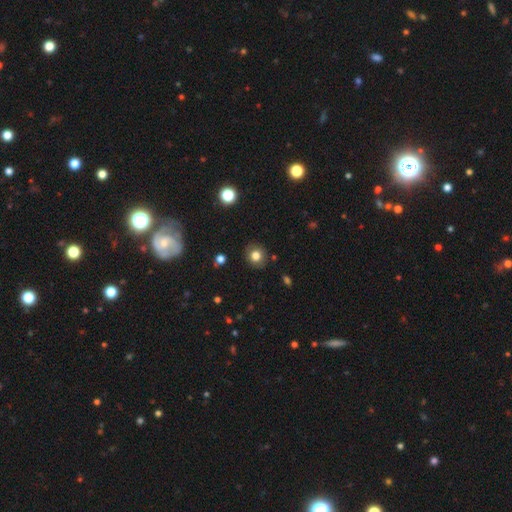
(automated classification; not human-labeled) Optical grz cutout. It shows a smooth galaxy with no disk features (79%) that is round (82%). Merging: none (87%).